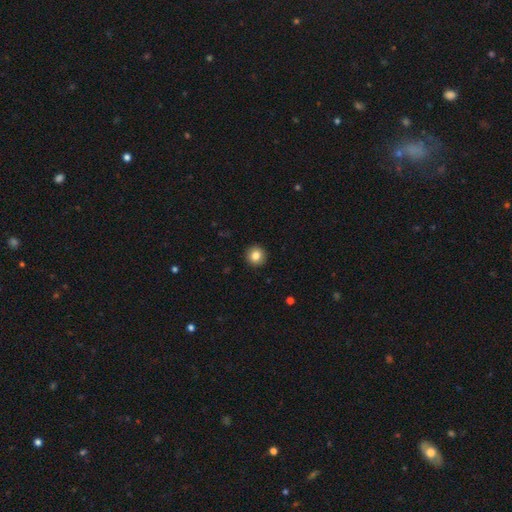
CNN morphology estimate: Overall: smooth (84%). How rounded: round (95%). Merging: none (93%).